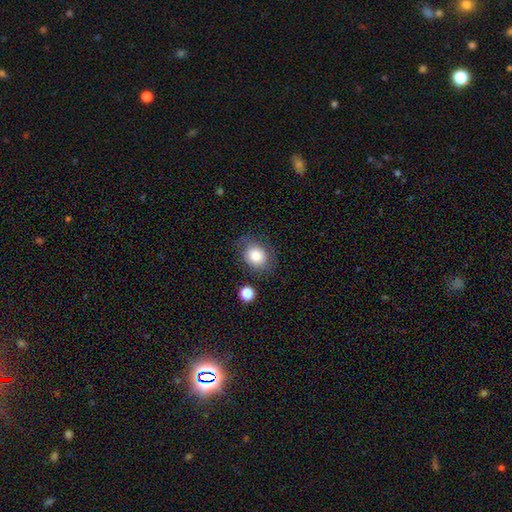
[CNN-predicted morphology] Smooth or featured: smooth — 80% (featured or disk — 11%)
How rounded: in between — 53% (round — 47%)
Merging: none — 71% (minor disturbance — 19%)